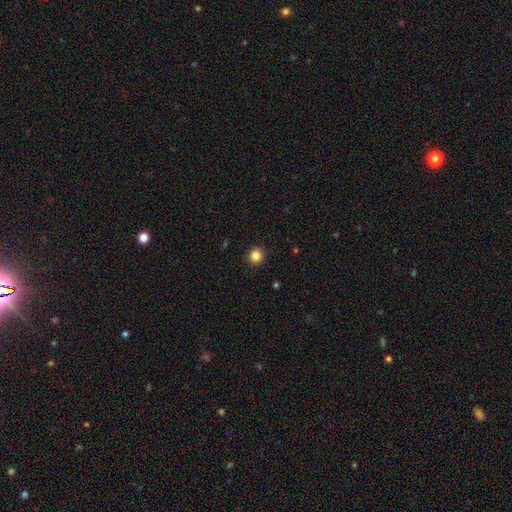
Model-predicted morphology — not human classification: smooth_or_featured: smooth (p=0.84) [alt: star or artifact p=0.12]
how_rounded: round (p=0.93) [alt: in between p=0.06]
merging: none (p=0.93) [alt: minor disturbance p=0.05]